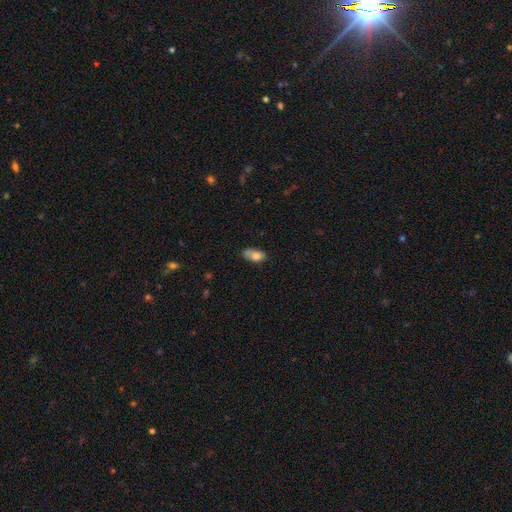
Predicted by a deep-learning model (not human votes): Smooth or featured? Predicted: smooth (p=0.77). How rounded? Predicted: in between (p=0.90). Merging? Predicted: none (p=0.60).